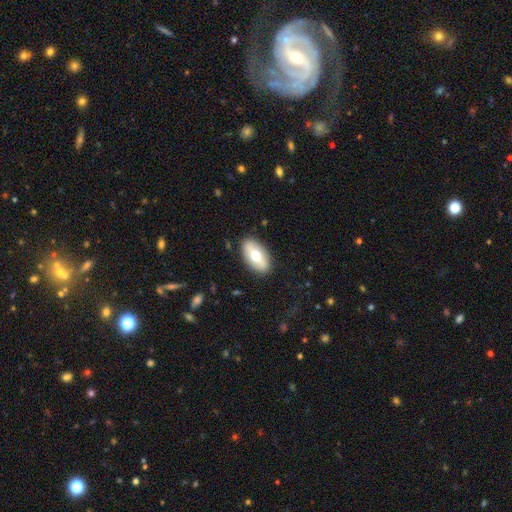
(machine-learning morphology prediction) Overall: smooth (65%; featured or disk 29%). How rounded: in between (92%). Merging: none (87%).